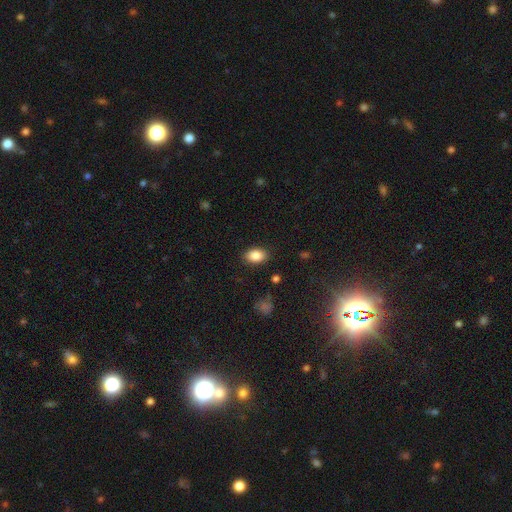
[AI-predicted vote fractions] This appears to be a smooth galaxy with no disk features (87%) that is in between round and cigar-shaped (87%). Merging: none (87%).